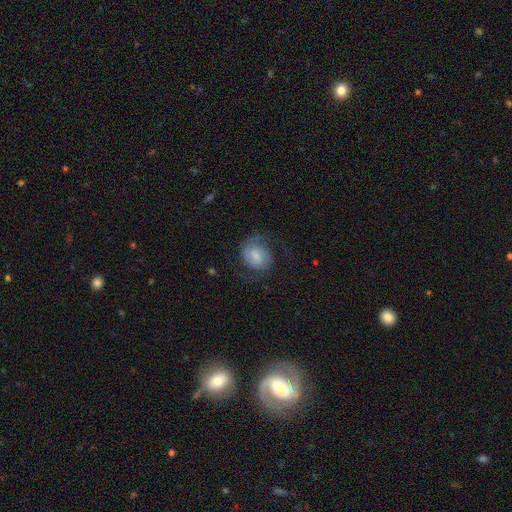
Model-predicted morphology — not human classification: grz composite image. It shows a featured or disk galaxy (68%) with a weak bar (51%), 2 (88%) medium (48%) spiral arms (94%) and a small central bulge (39%). Merging: none (68%).